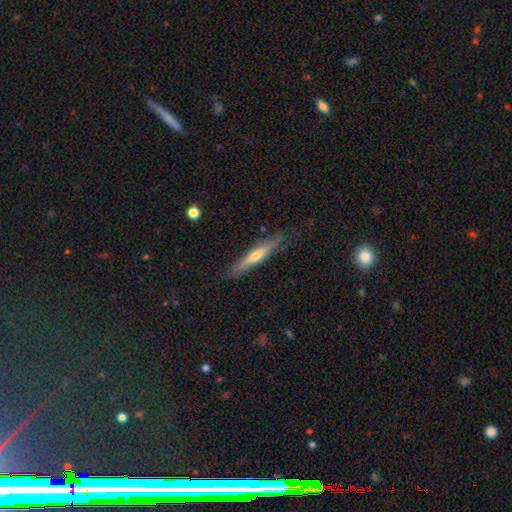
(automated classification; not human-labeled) Overall: featured or disk (60%; smooth 33%). Edge-on disk: yes (93%). Edge-on bulge: rounded (78%). Merging: none (83%).